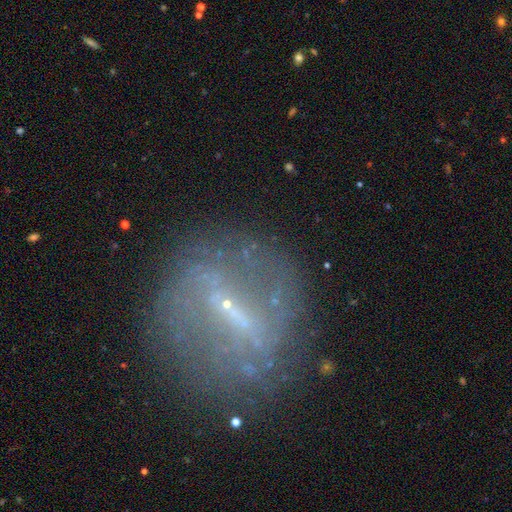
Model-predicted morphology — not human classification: Smooth or featured: featured or disk — 68% (smooth — 18%)
Edge-on disk: no — 87% (yes — 13%)
Bar: strong — 46% (weak — 36%)
Spiral arms: no — 56% (yes — 44%)
Bulge size: small — 75% (none — 14%)
Merging: none — 71% (minor disturbance — 16%)